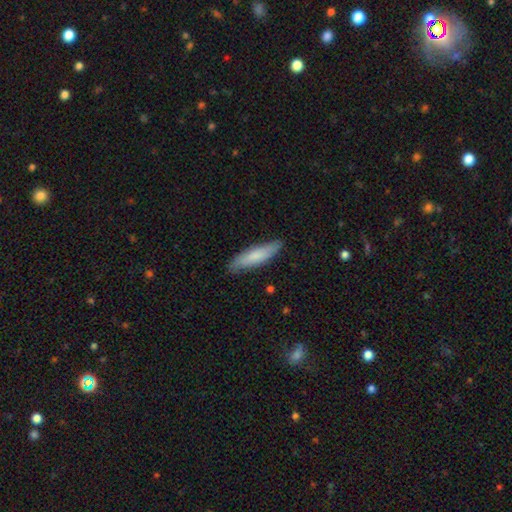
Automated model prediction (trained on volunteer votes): Q: Smooth or featured?
A: smooth (73%); runner-up: featured or disk (21%)
Q: How rounded?
A: cigar-shaped (74%); runner-up: in between (24%)
Q: Merging?
A: none (83%); runner-up: minor disturbance (13%)